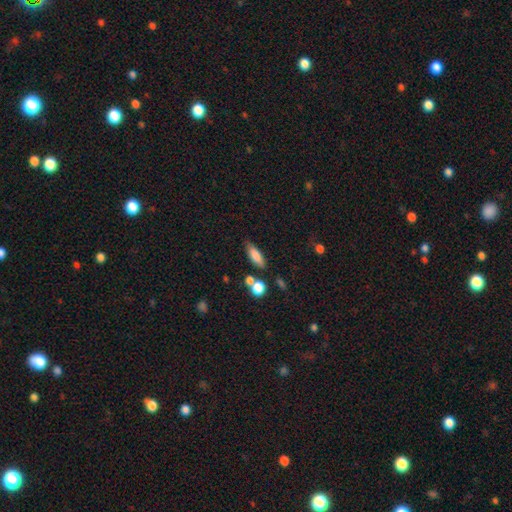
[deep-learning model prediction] This appears to be a smooth galaxy with no disk features (80%) that is in between round and cigar-shaped (64%). Merging: none (69%).